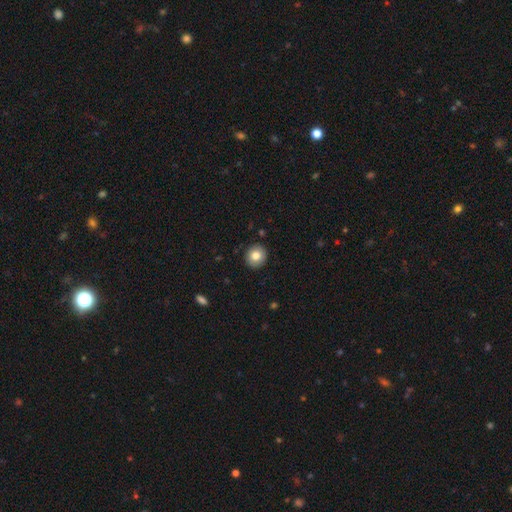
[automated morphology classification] Overall: smooth (81%). How rounded: round (86%). Merging: none (91%).